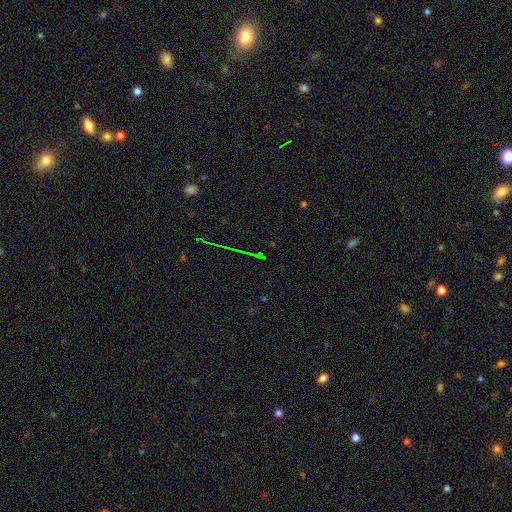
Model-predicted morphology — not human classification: star or artifact 74%, smooth 14%, featured or disk 11%.